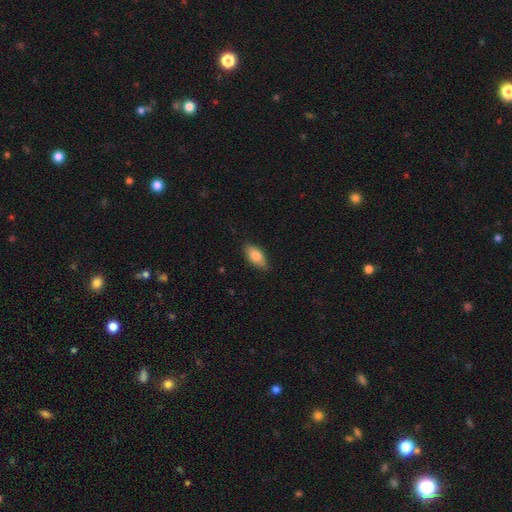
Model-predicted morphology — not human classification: Smooth or featured? smooth (78%)
How rounded? in between (87%)
Merging? none (81%)